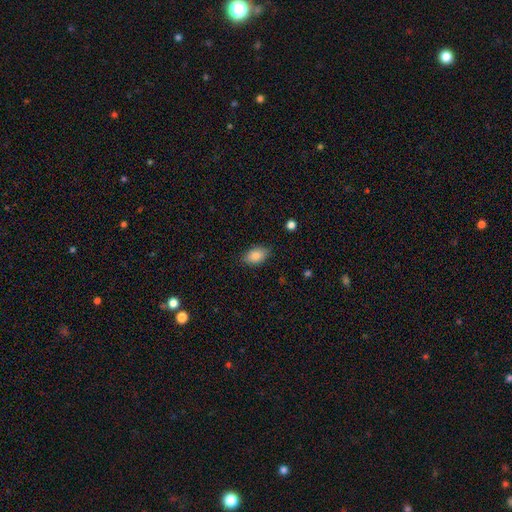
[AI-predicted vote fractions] smooth 86%, star or artifact 7%, featured or disk 6%. Down the decision tree: how rounded — in between (90%); merging — none (84%).